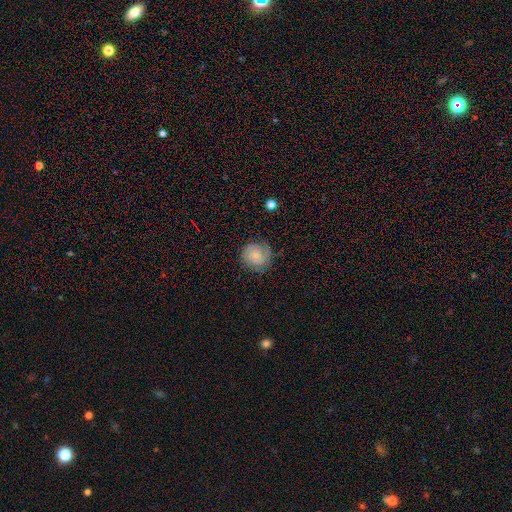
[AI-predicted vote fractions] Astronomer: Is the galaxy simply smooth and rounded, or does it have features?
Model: smooth — 54% (runner-up: featured or disk, 37%).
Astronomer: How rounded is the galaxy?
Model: round — 87%.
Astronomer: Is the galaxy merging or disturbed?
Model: none — 72%.